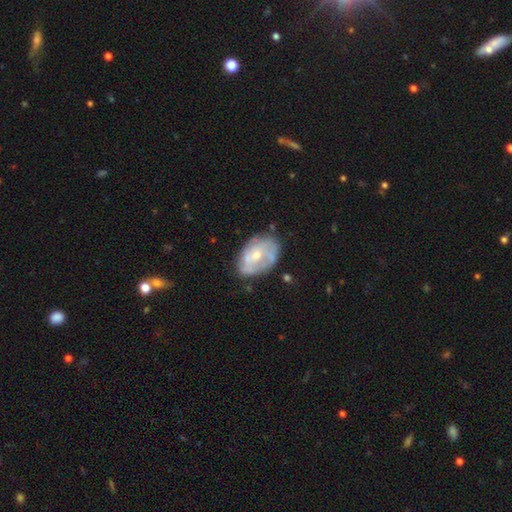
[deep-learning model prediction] This appears to be a featured or disk galaxy (60%) with no bar (73%), spiral arms (51%) and a moderate central bulge (46%). Merging: none (60%).